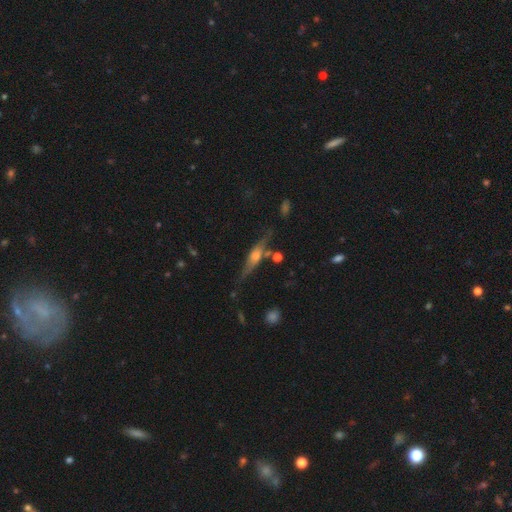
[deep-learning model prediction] Smooth or featured? featured or disk (70%)
Edge-on disk? yes (94%)
Edge-on bulge? rounded (85%)
Merging? none (74%)